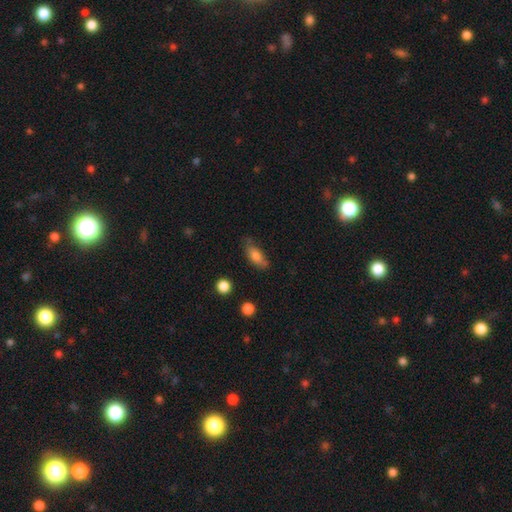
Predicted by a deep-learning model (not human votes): smooth-or-featured: smooth: 77% | featured or disk: 15% | star or artifact: 8%
  how-rounded: in between: 76% | cigar-shaped: 20% | round: 3%
  merging: none: 64% | minor disturbance: 26% | major disturbance: 7% | merger: 3%